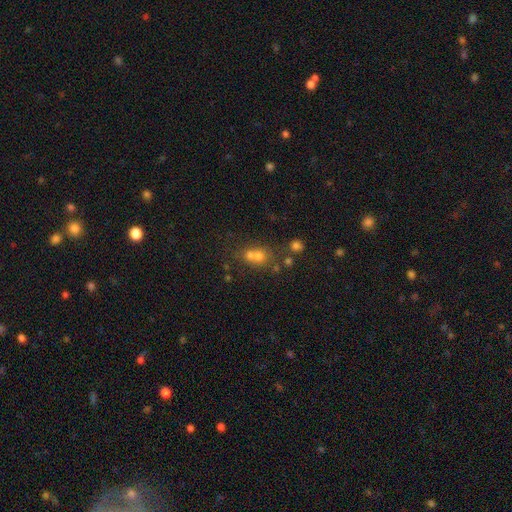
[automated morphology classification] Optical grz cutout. It shows a smooth galaxy with no disk features (66%) that is round (73%). Merging: merger (56%).